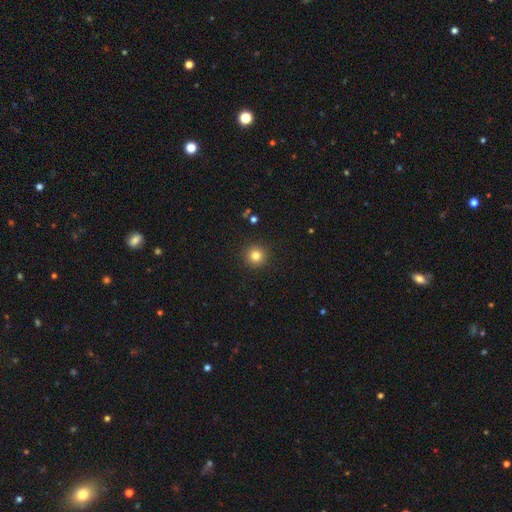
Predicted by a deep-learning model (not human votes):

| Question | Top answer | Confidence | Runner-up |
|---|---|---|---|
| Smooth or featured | smooth | 82% | star or artifact (12%) |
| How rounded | round | 95% | in between (4%) |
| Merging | none | 92% | minor disturbance (5%) |